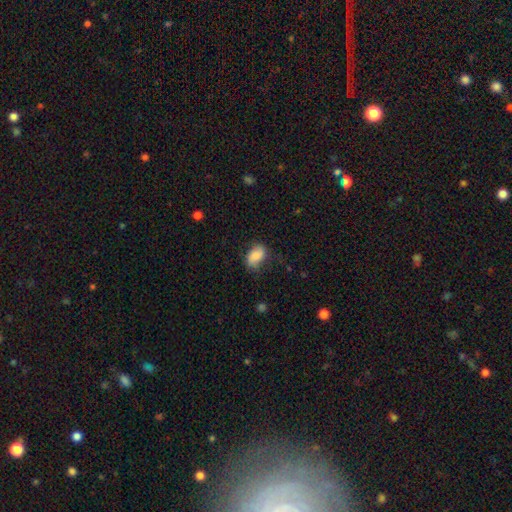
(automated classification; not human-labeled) A smooth galaxy with no disk features (76%) that is in between round and cigar-shaped (86%). Merging: none (62%).